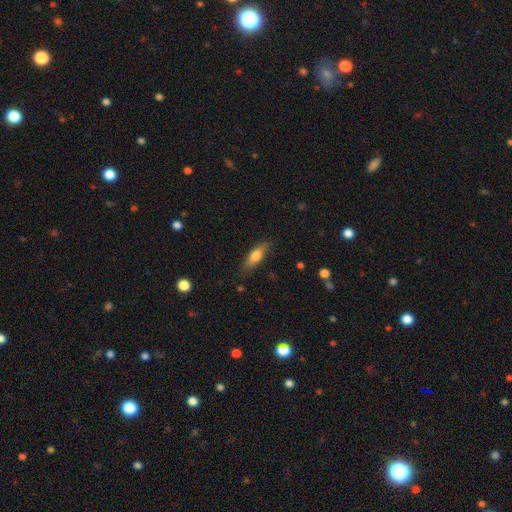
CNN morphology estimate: Q: Smooth or featured?
A: smooth (65%); runner-up: featured or disk (28%)
Q: How rounded?
A: in between (59%); runner-up: cigar-shaped (38%)
Q: Merging?
A: none (77%); runner-up: minor disturbance (18%)